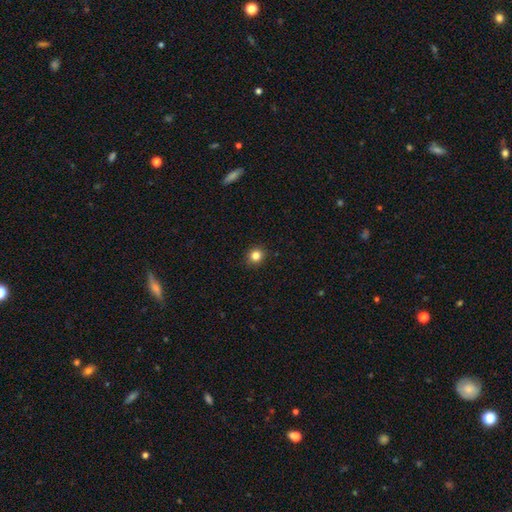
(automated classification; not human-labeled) smooth_or_featured: smooth (p=0.83) [alt: star or artifact p=0.12]
how_rounded: round (p=0.90) [alt: in between p=0.09]
merging: none (p=0.92) [alt: minor disturbance p=0.05]